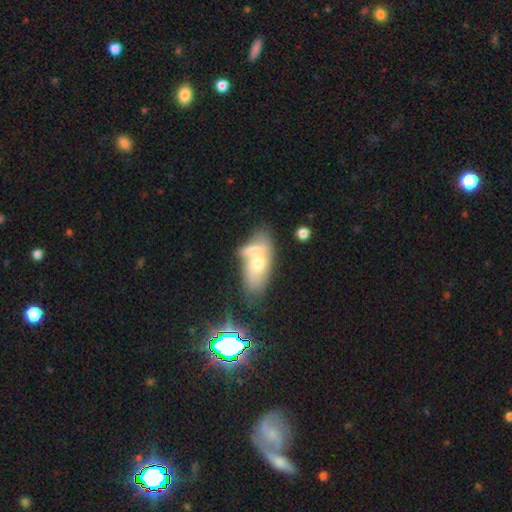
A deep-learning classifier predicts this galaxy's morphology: Overall: smooth (52%; featured or disk 35%). How rounded: in between (83%). Merging: merger (53%; none 25%).